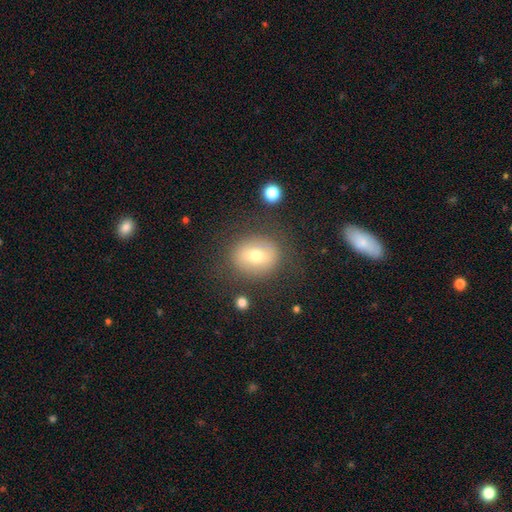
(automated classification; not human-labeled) The model was most divided on "how rounded": round: 70%, in between: 29%, cigar-shaped: 1%. More confident: merging — none (79%); smooth or featured — smooth (65%).